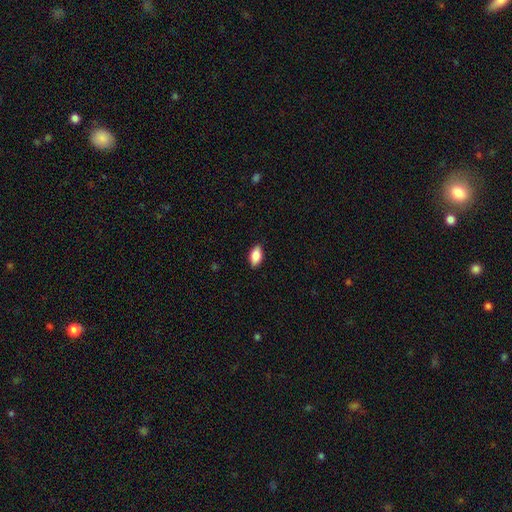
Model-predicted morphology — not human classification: type=smooth (86%); roundness=in between (92%); merging=none (88%).